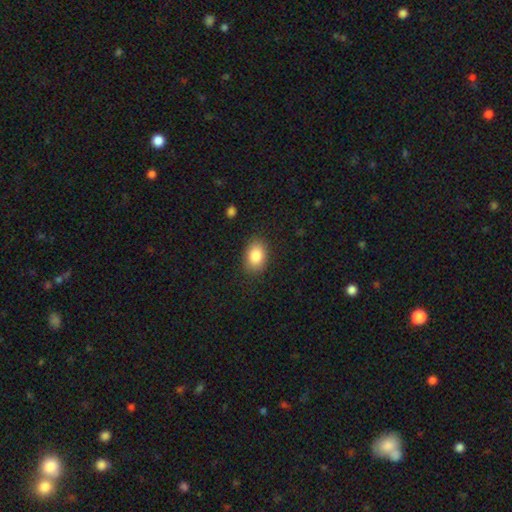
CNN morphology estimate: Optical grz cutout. It shows a smooth galaxy with no disk features (85%) that is in between round and cigar-shaped (80%). Merging: none (87%).